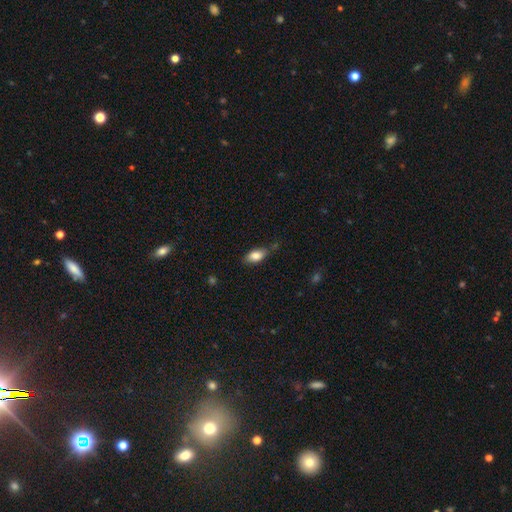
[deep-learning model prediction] Smooth or featured?
  - smooth: 82% *
  - featured or disk: 10%
  - star or artifact: 7%
How rounded?
  - in between: 89% *
  - cigar-shaped: 7%
  - round: 4%
Merging?
  - none: 70% *
  - minor disturbance: 22%
  - major disturbance: 4%
  - merger: 4%